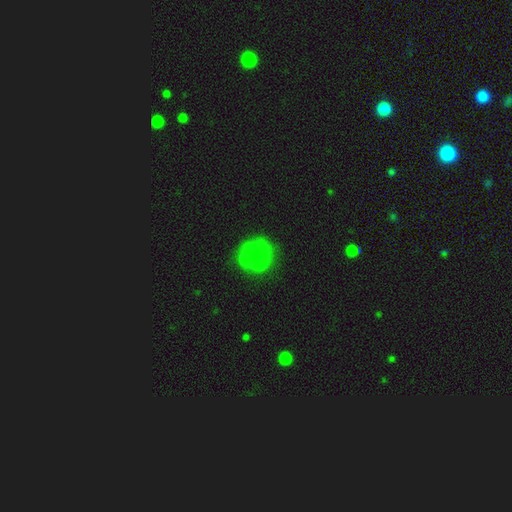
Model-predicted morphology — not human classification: Smooth or featured? Predicted: smooth (p=0.62). How rounded? Predicted: round (p=0.88). Merging? Predicted: none (p=0.67).